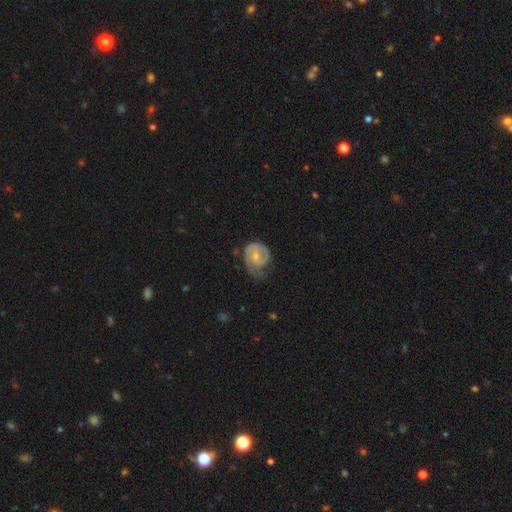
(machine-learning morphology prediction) Smooth or featured? Predicted: featured or disk (p=0.61). Edge-on disk? Predicted: no (p=0.97). Bar? Predicted: no (p=0.66). Spiral arms? Predicted: yes (p=0.84). Bulge size? Predicted: small (p=0.61). Merging? Predicted: none (p=0.36).